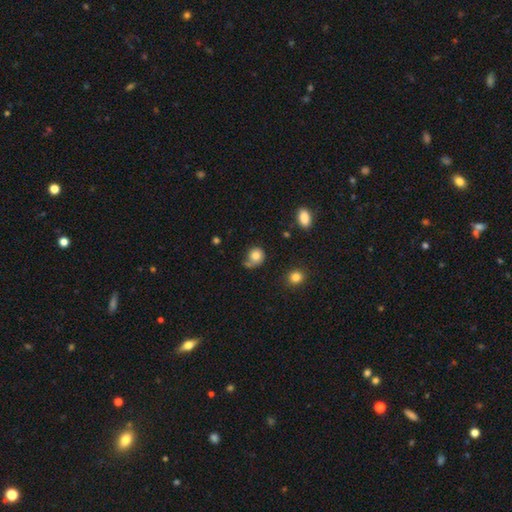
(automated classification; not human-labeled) Morphology: type=smooth (79%); roundness=round (78%); merging=none (52%).